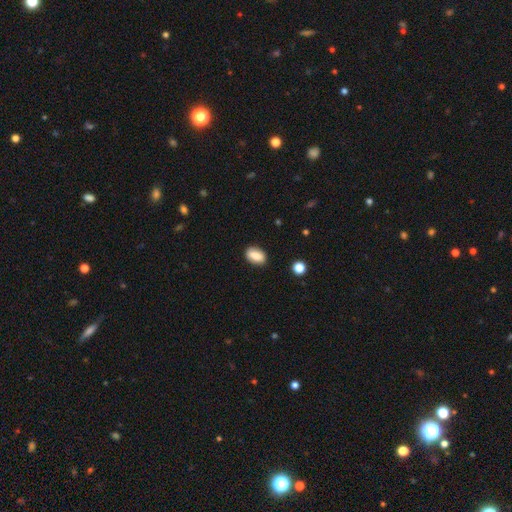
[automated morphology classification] smooth_or_featured: smooth (p=0.84) [alt: featured or disk p=0.08]
how_rounded: in between (p=0.89) [alt: round p=0.09]
merging: none (p=0.86) [alt: minor disturbance p=0.10]